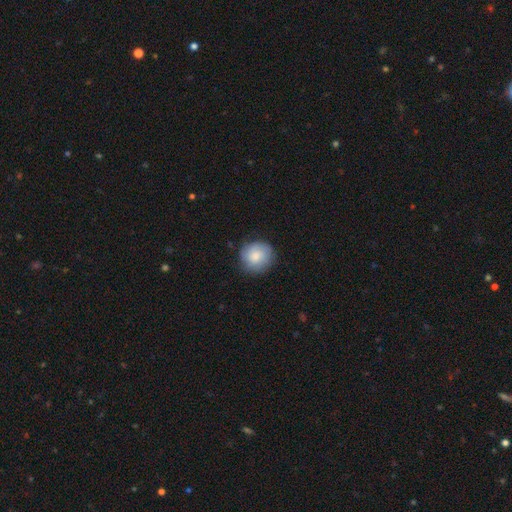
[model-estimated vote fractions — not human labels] This appears to be a smooth galaxy with no disk features (75%) that is round (89%). Merging: none (81%).